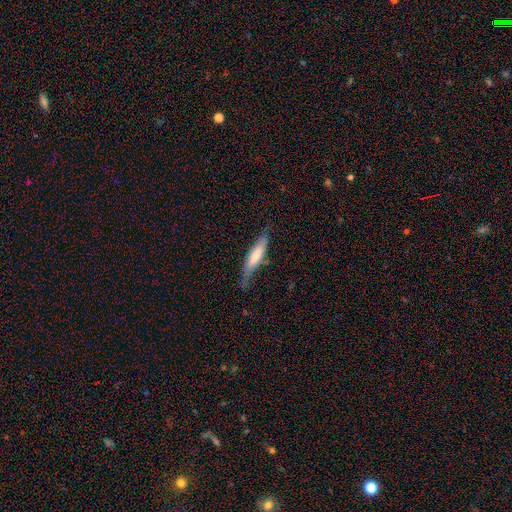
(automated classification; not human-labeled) A smooth galaxy with no disk features (59%) that is cigar-shaped (78%).

Vote fractions:
- Smooth or featured? smooth: 59% / featured or disk: 36% / star or artifact: 6%
- How rounded? cigar-shaped: 78% / in between: 21% / round: 1%
- Merging? none: 63% / minor disturbance: 27% / major disturbance: 8% / merger: 2%